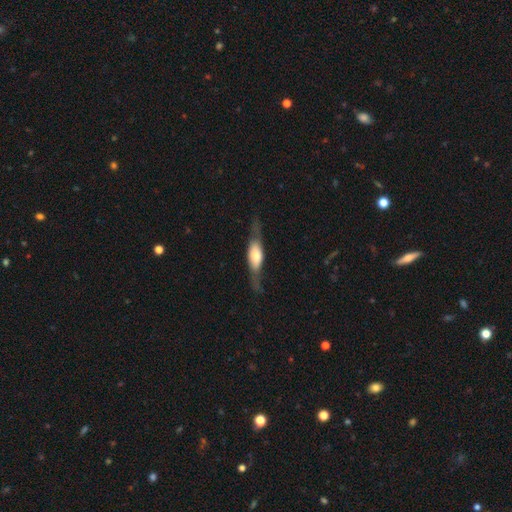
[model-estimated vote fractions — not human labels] A featured or disk galaxy (56%) viewed edge-on (78%).

Vote fractions:
- Smooth or featured? featured or disk: 56% / smooth: 38% / star or artifact: 6%
- Edge-on disk? yes: 78% / no: 22%
- Merging? none: 68% / minor disturbance: 19% / major disturbance: 11% / merger: 2%